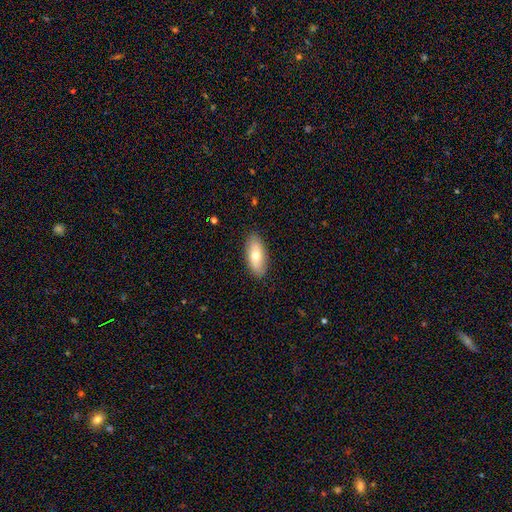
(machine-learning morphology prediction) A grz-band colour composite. It shows a smooth galaxy with no disk features (67%) that is in between round and cigar-shaped (86%). Merging: none (87%).